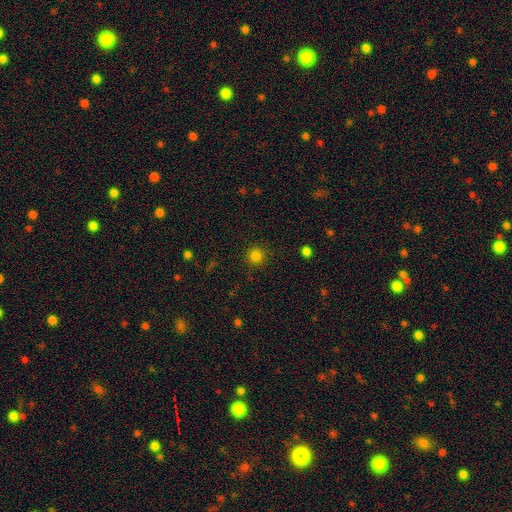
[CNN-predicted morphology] Smooth or featured? smooth (82%)
How rounded? round (94%)
Merging? none (90%)